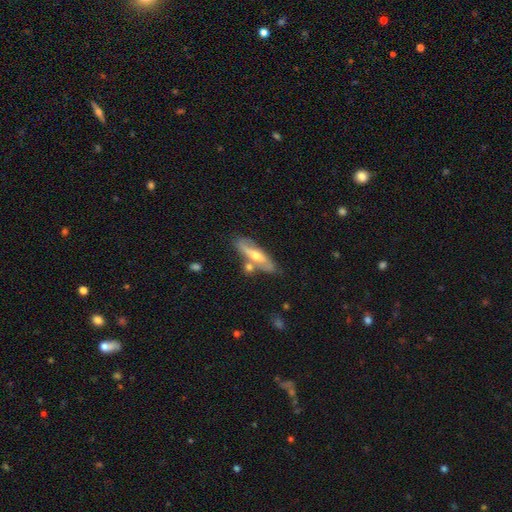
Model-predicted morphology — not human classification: Smooth or featured? featured or disk (55%)
Edge-on disk? yes (54%)
Merging? none (65%)